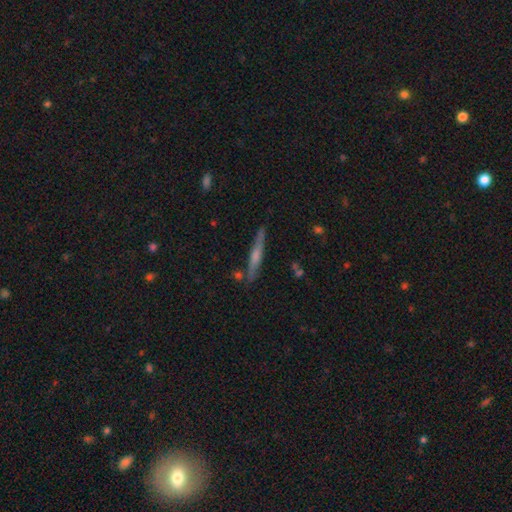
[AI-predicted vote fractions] The model was most divided on "smooth or featured": featured or disk: 59%, smooth: 34%, star or artifact: 7%. More confident: edge-on disk — yes (96%); merging — none (85%); edge-on bulge — rounded (58%).